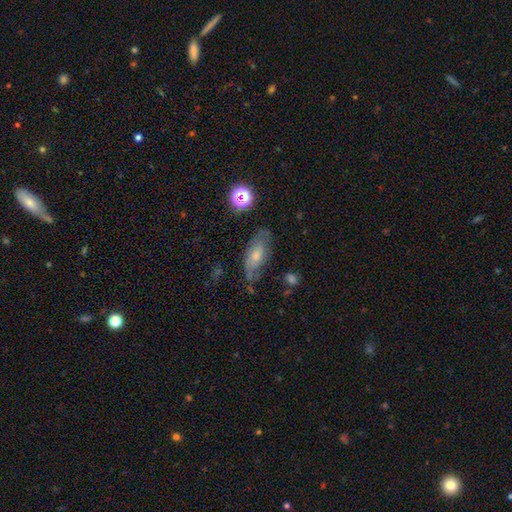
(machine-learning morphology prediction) Smooth or featured?
  - featured or disk: 51% *
  - smooth: 34%
  - star or artifact: 15%
Edge-on disk?
  - no: 83% *
  - yes: 17%
Merging?
  - none: 67% *
  - minor disturbance: 22%
  - major disturbance: 9%
  - merger: 3%